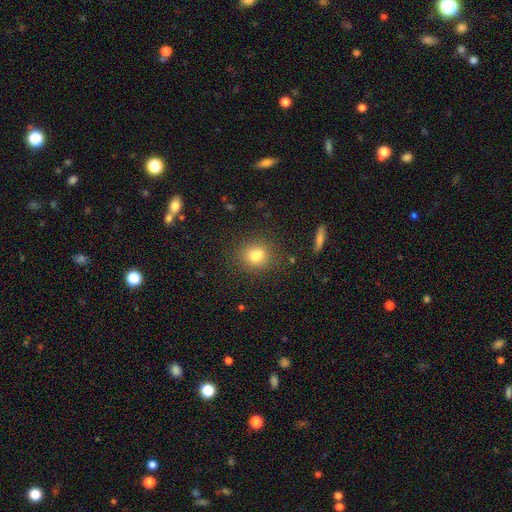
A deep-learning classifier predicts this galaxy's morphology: Q: Smooth or featured?
A: smooth (76%); runner-up: star or artifact (13%)
Q: How rounded?
A: round (78%); runner-up: in between (21%)
Q: Merging?
A: none (71%); runner-up: merger (13%)